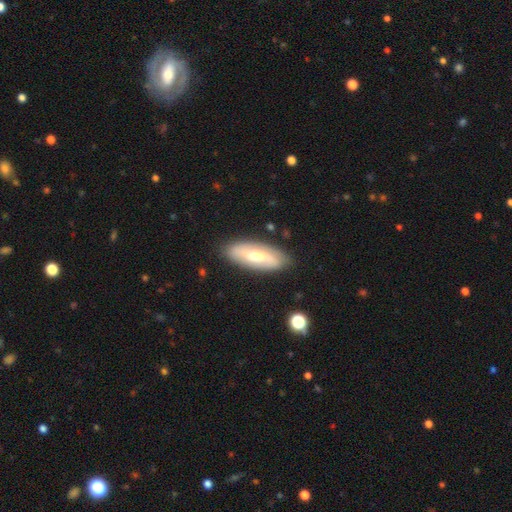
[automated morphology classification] Smooth or featured? featured or disk (55%)
Edge-on disk? no (83%)
Merging? none (83%)